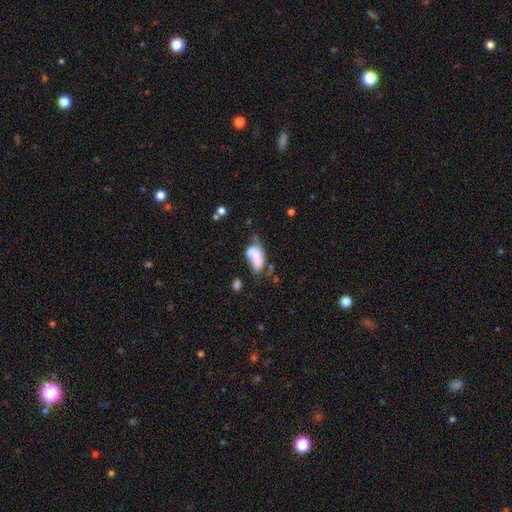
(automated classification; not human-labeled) Smooth or featured? smooth (63%)
How rounded? in between (85%)
Merging? merger (35%)